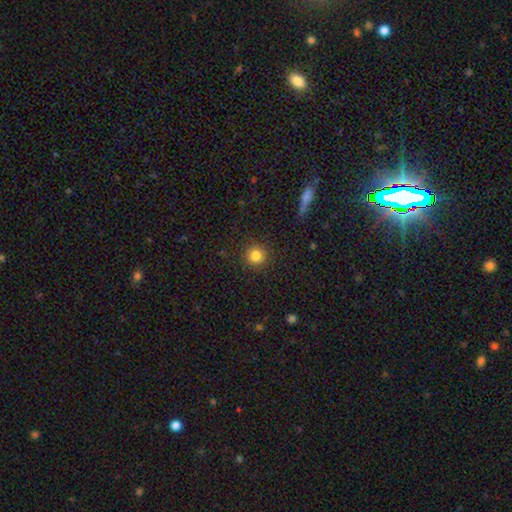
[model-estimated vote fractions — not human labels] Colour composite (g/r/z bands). It shows a smooth galaxy with no disk features (82%) that is round (94%). Merging: none (90%).